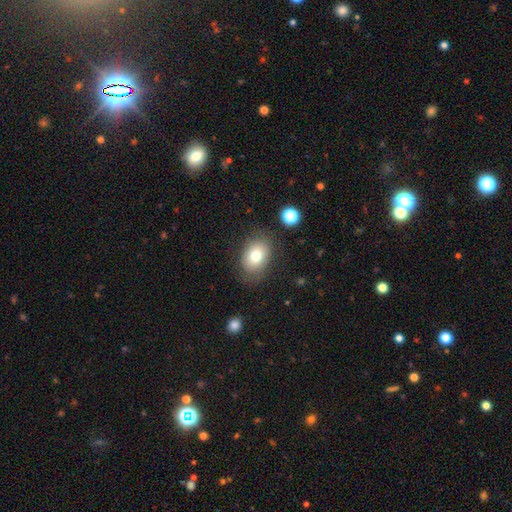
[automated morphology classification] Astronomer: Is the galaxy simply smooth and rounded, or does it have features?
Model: smooth — 76%.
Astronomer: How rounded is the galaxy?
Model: in between — 73%.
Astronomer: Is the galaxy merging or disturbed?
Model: none — 76%.